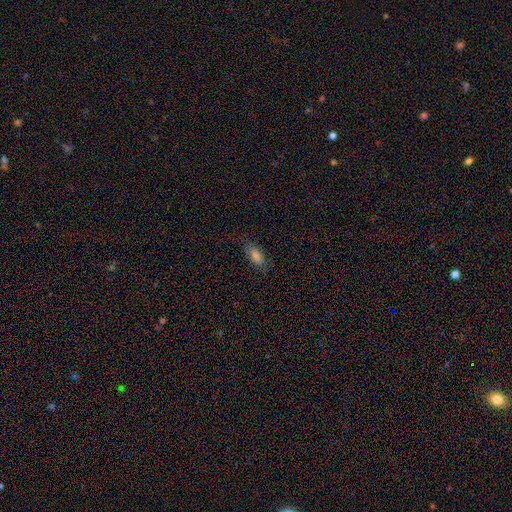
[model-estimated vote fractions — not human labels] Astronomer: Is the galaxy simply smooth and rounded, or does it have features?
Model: smooth — 75%.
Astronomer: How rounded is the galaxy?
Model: in between — 83%.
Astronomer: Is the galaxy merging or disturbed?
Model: none — 74%.